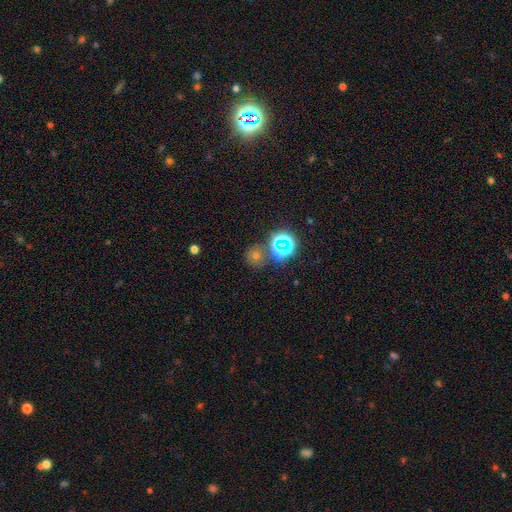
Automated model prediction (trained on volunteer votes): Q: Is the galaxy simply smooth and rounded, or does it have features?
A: star or artifact — 47%.